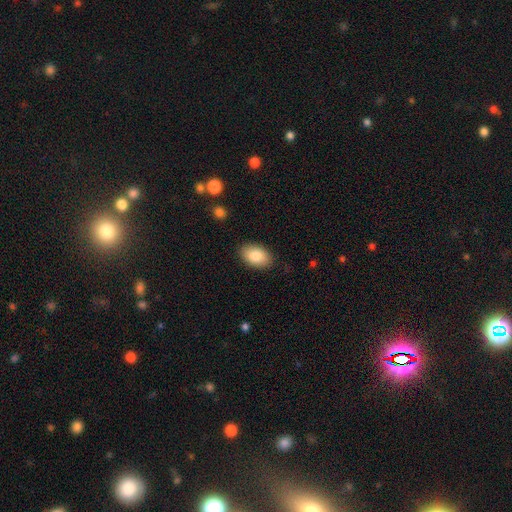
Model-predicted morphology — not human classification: type=smooth (83%); roundness=in between (91%); merging=none (87%).